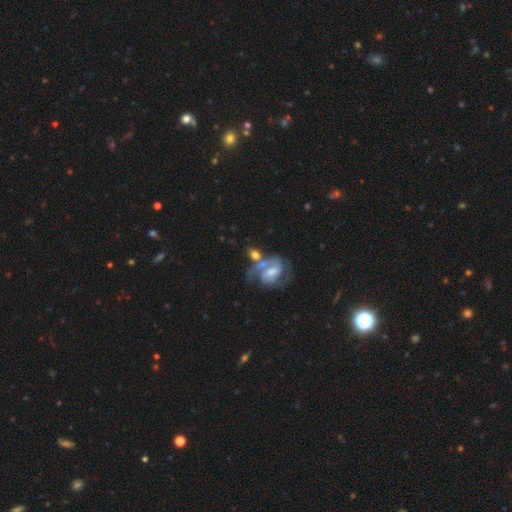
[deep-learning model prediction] A featured or disk galaxy (61%) with a weak bar (45%), spiral arms (83%) and a moderate central bulge (43%). Merging: none (42%).